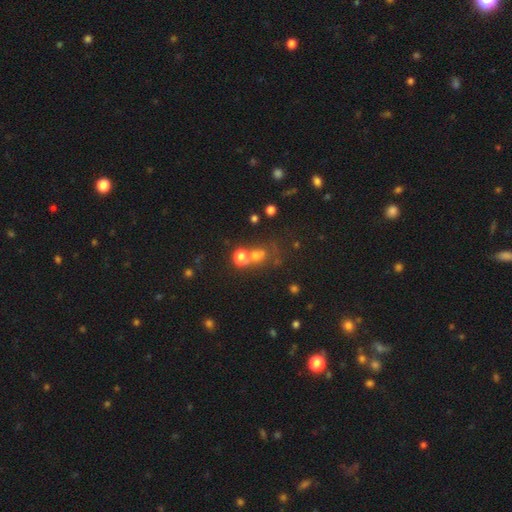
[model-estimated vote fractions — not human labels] smooth-or-featured: smooth: 58% | star or artifact: 28% | featured or disk: 14%
  how-rounded: round: 73% | in between: 26% | cigar-shaped: 1%
  merging: none: 43% | merger: 41% | minor disturbance: 9% | major disturbance: 7%